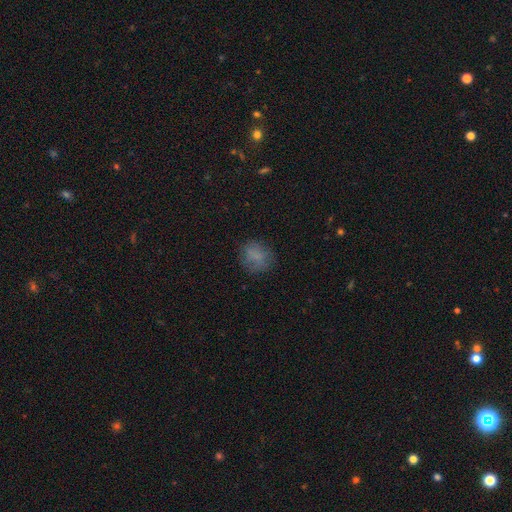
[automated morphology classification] Smooth or featured?
  - smooth: 76% *
  - star or artifact: 12%
  - featured or disk: 11%
How rounded?
  - round: 71% *
  - in between: 28%
  - cigar-shaped: 1%
Merging?
  - none: 73% *
  - minor disturbance: 18%
  - major disturbance: 8%
  - merger: 2%